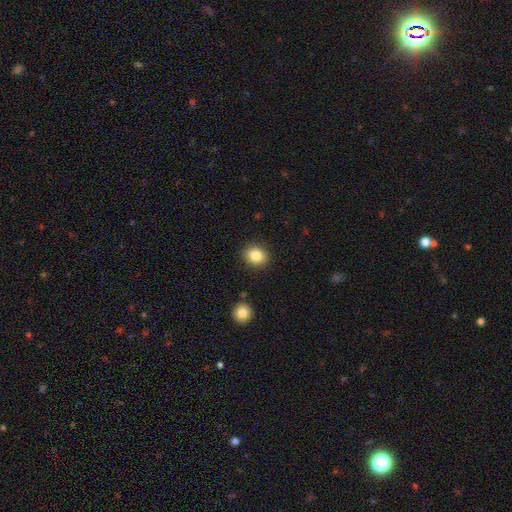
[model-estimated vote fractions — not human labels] The model was most divided on "how rounded": round: 70%, in between: 30%, cigar-shaped: 1%. More confident: merging — none (88%); smooth or featured — smooth (85%).